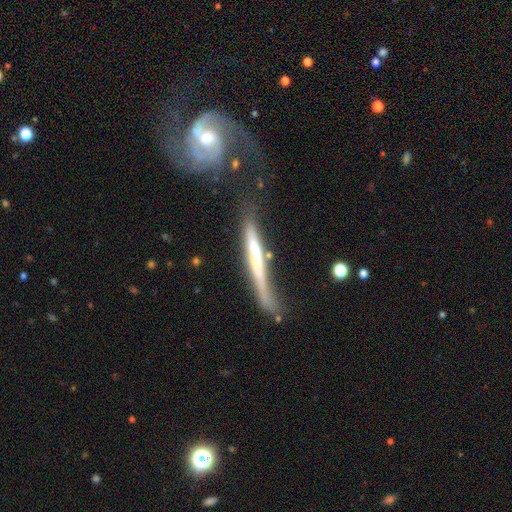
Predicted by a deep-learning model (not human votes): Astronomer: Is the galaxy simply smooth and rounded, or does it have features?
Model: featured or disk — 52% (runner-up: smooth, 41%).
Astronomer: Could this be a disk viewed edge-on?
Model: yes — 87%.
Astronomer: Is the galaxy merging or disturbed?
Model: none — 45% (runner-up: minor disturbance, 25%).